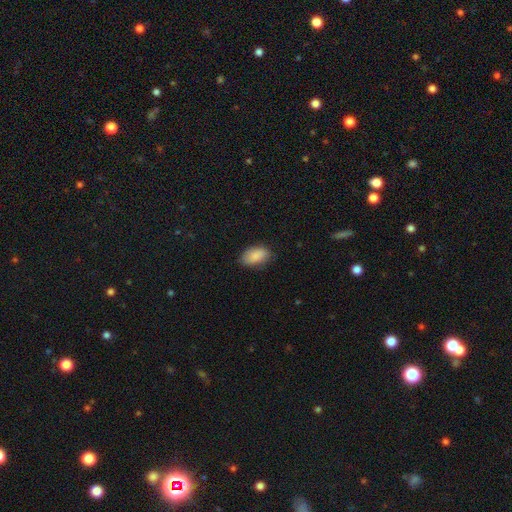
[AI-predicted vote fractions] Smooth or featured: smooth — 88% (star or artifact — 7%)
How rounded: in between — 93% (round — 5%)
Merging: none — 78% (minor disturbance — 17%)